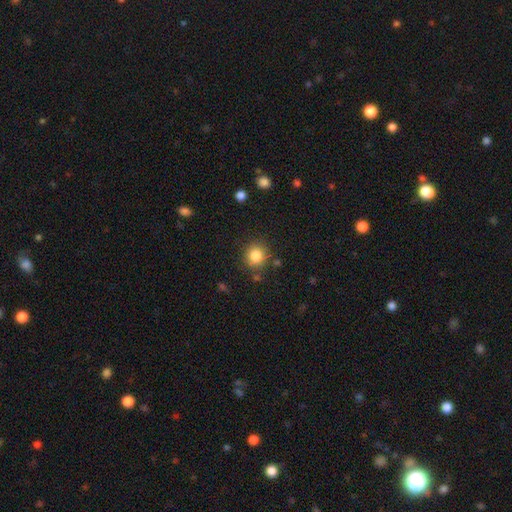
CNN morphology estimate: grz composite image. It shows a smooth galaxy with no disk features (84%) that is round (87%). Merging: none (83%).